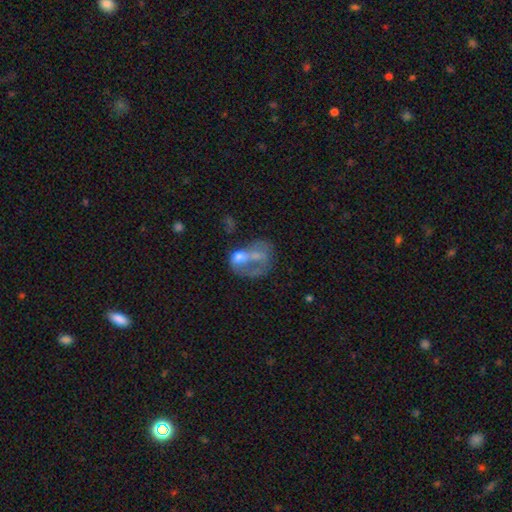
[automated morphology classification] Smooth or featured? Predicted: featured or disk (p=0.47). Merging? Predicted: merger (p=0.47).